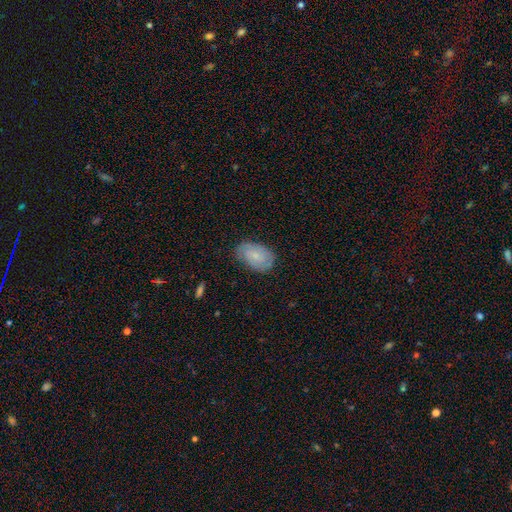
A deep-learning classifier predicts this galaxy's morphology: type=smooth (49%); merging=none (75%).